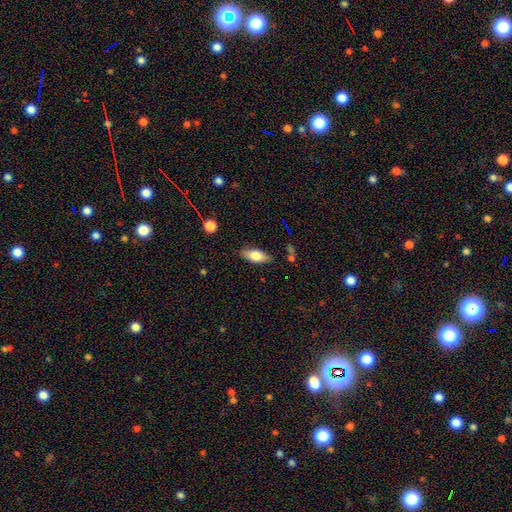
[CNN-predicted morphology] Smooth or featured? smooth (69%)
How rounded? in between (80%)
Merging? none (82%)